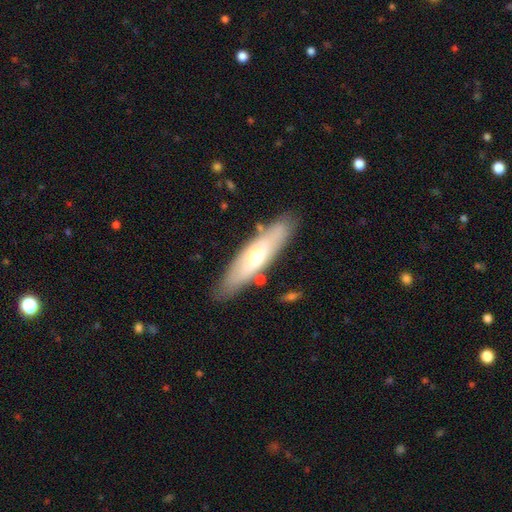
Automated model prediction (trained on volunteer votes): This is possibly a smooth galaxy (50%). Merging: clearly none (81%).